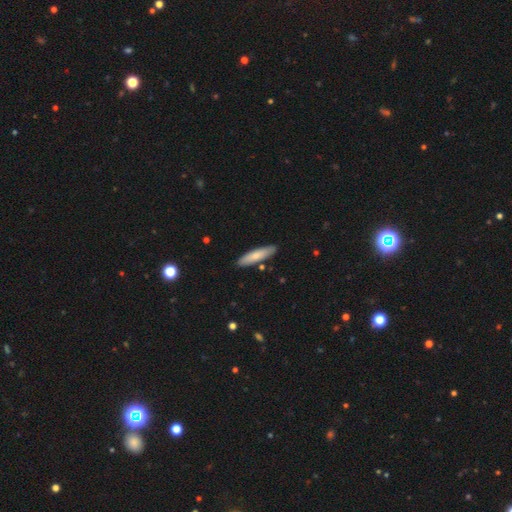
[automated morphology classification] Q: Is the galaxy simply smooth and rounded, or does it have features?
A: smooth — 75%.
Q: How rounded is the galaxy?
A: cigar-shaped — 75%.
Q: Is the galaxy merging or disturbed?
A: none — 88%.